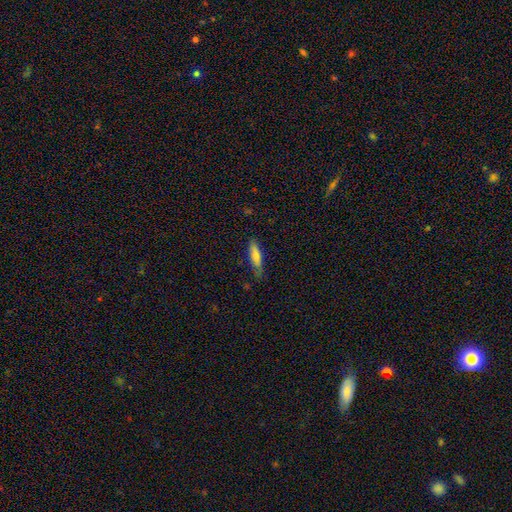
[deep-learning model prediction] Overall: smooth (76%). How rounded: cigar-shaped (68%; in between 30%). Merging: none (75%).